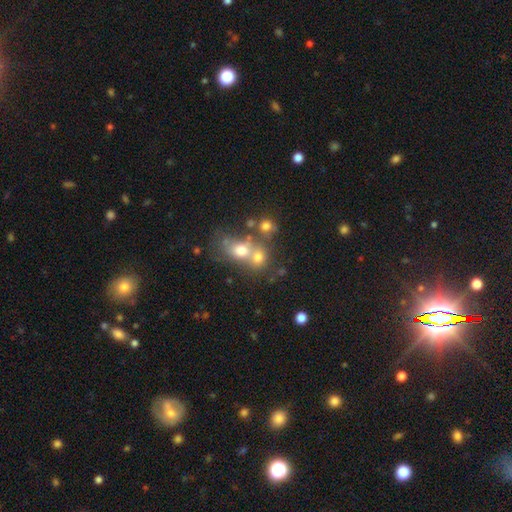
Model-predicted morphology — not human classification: A smooth galaxy with no disk features (57%) that is round (62%). Merging: merger (57%).